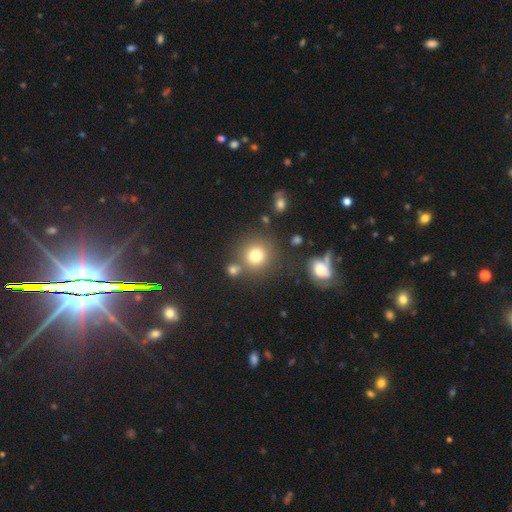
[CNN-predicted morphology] Q: Smooth or featured?
A: smooth (78%); runner-up: star or artifact (13%)
Q: How rounded?
A: round (91%); runner-up: in between (8%)
Q: Merging?
A: none (75%); runner-up: merger (13%)